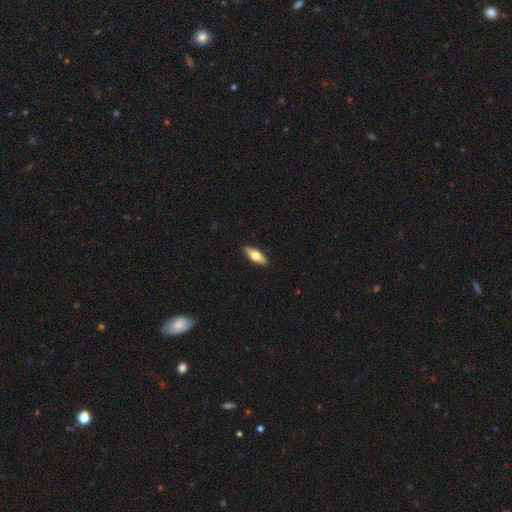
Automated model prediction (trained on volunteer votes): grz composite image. It shows a smooth galaxy with no disk features (59%) that is in between round and cigar-shaped (60%). Merging: none (90%).